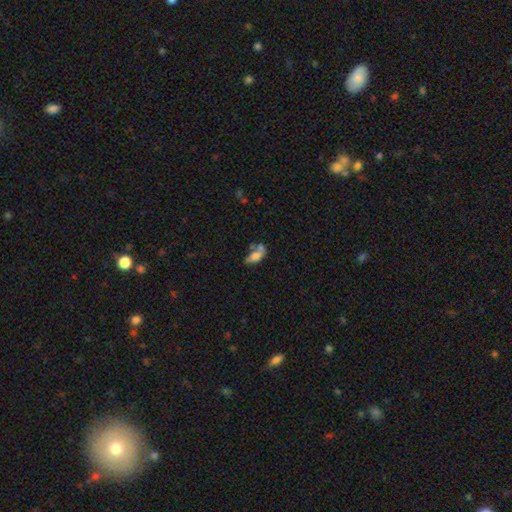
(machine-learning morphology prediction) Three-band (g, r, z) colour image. It shows a smooth galaxy with no disk features (69%) that is in between round and cigar-shaped (82%). Merging: merger (36%).